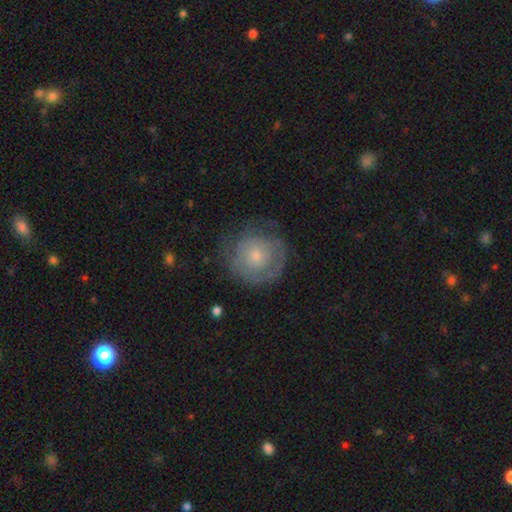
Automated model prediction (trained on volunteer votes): Q: Smooth or featured?
A: featured or disk (51%); runner-up: smooth (42%)
Q: Edge-on disk?
A: no (97%); runner-up: yes (3%)
Q: Merging?
A: none (66%); runner-up: minor disturbance (21%)